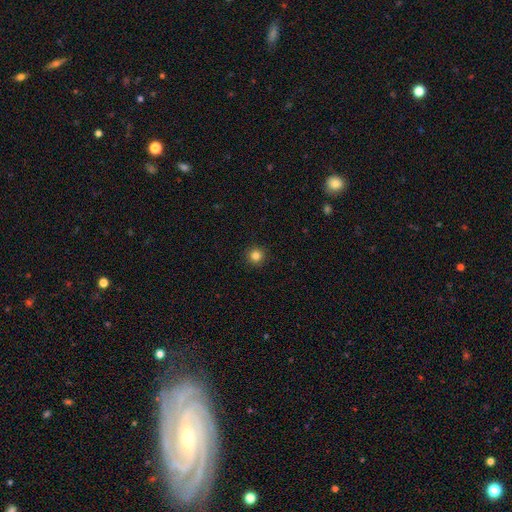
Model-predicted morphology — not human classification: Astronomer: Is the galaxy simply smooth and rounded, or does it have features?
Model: smooth — 84%.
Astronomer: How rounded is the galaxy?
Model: round — 95%.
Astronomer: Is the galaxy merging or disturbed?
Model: none — 92%.